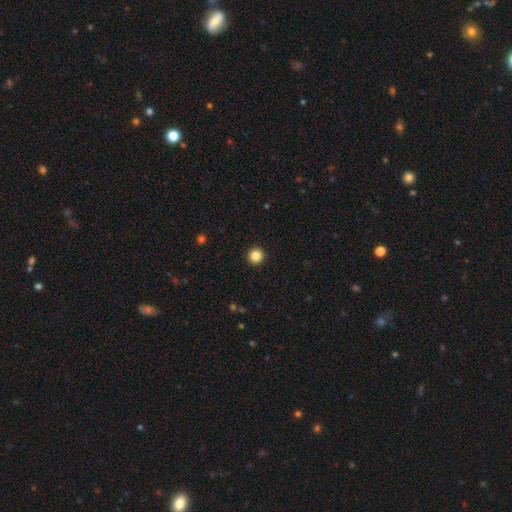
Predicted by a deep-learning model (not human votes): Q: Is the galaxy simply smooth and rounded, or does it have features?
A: smooth — 85%.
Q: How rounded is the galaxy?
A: round — 95%.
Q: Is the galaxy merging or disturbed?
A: none — 94%.